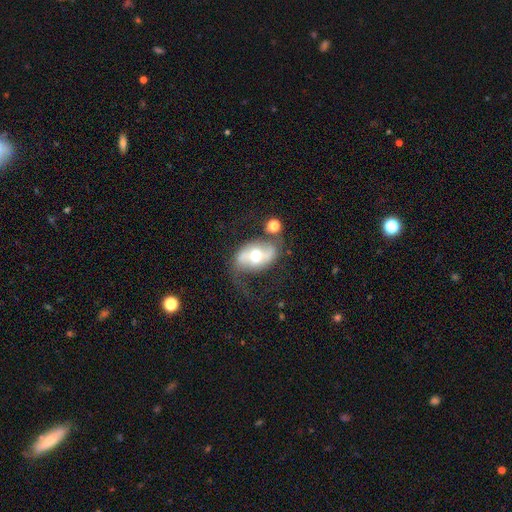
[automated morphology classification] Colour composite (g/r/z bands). It shows a featured or disk galaxy (70%) with no bar (37%), 2 (85%) loose (67%) spiral arms (81%) and a moderate central bulge (72%). Merging: none (52%).